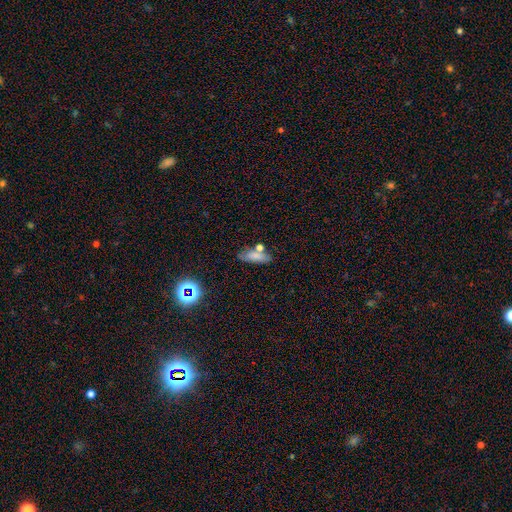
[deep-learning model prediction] The model was most divided on "how rounded": in between: 65%, cigar-shaped: 31%, round: 4%. More confident: smooth or featured — smooth (75%); merging — none (67%).